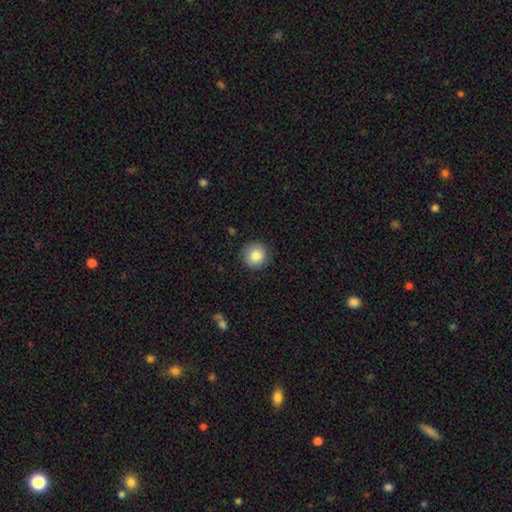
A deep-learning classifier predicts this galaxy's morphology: Overall: smooth (85%). How rounded: round (94%). Merging: none (88%).